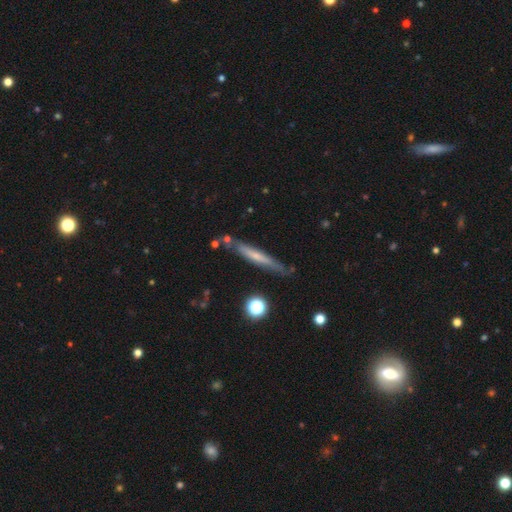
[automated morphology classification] Overall: featured or disk (51%; smooth 41%). Edge-on disk: yes (90%). Merging: none (78%).